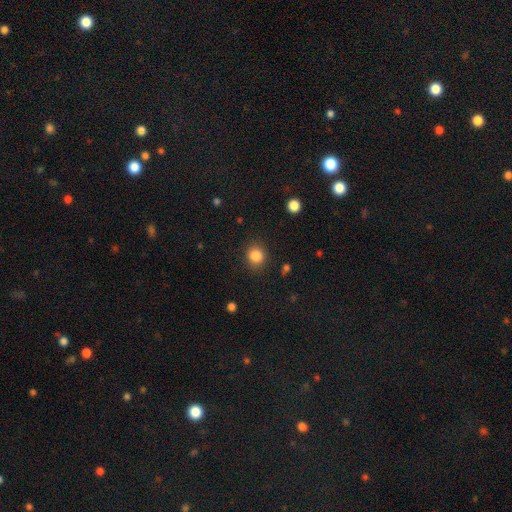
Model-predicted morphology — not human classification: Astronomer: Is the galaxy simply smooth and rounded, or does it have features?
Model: smooth — 85%.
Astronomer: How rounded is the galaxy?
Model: round — 78%.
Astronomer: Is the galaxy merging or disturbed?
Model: none — 87%.